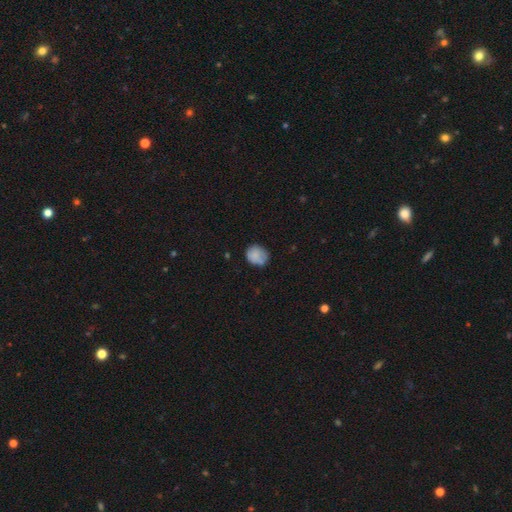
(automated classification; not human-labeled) A smooth galaxy with no disk features (77%) that is round (68%). Merging: none (64%).